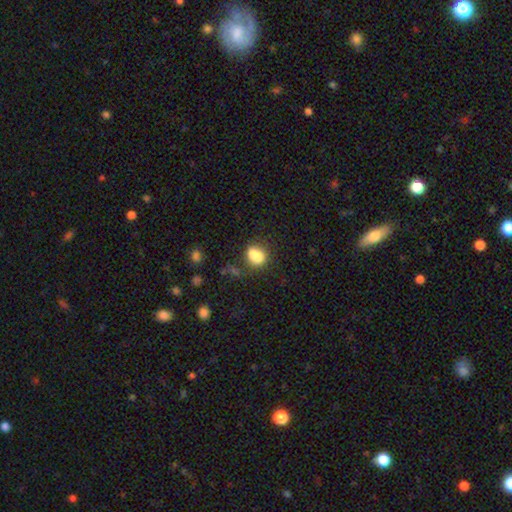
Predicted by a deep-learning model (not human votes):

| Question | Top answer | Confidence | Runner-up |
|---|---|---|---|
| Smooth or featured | smooth | 79% | star or artifact (11%) |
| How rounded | in between | 59% | round (39%) |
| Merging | none | 49% | merger (21%) |